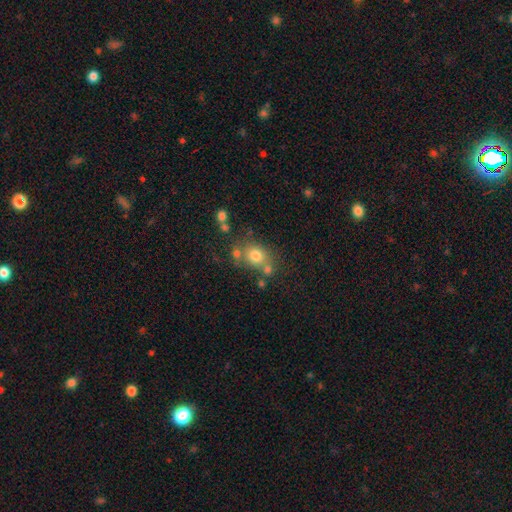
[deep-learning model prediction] Overall: smooth (75%). How rounded: round (68%; in between 30%). Merging: none (60%).